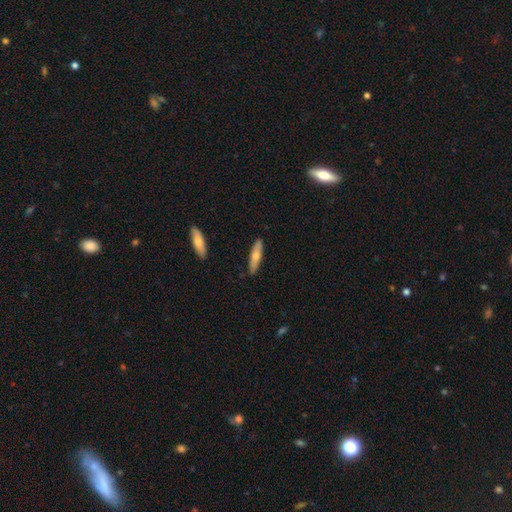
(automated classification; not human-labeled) Q: Smooth or featured?
A: smooth (64%); runner-up: featured or disk (30%)
Q: How rounded?
A: cigar-shaped (76%); runner-up: in between (23%)
Q: Merging?
A: none (88%); runner-up: minor disturbance (8%)